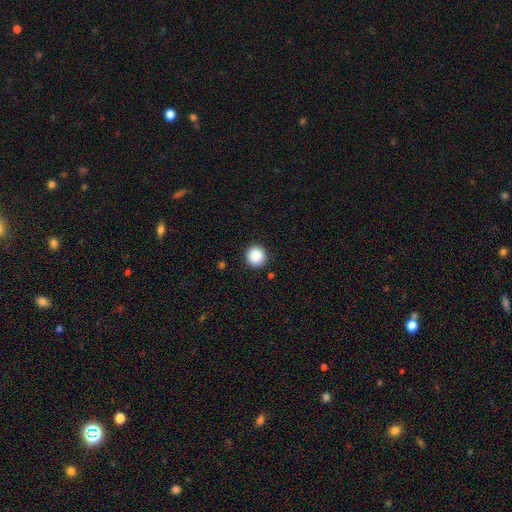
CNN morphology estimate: Smooth or featured? smooth (89%)
How rounded? round (94%)
Merging? none (92%)